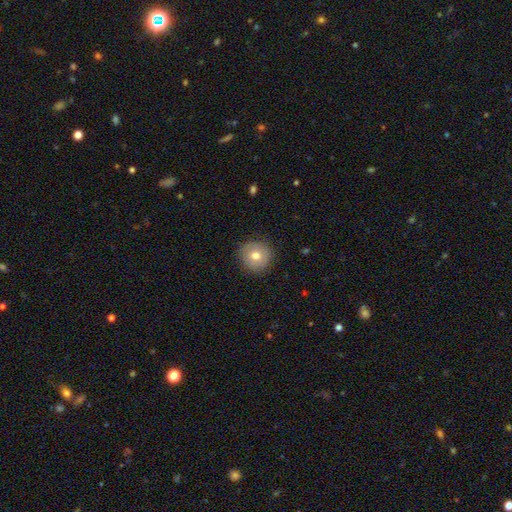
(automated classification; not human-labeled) This appears to be a smooth galaxy with no disk features (75%) that is round (93%). Merging: none (88%).